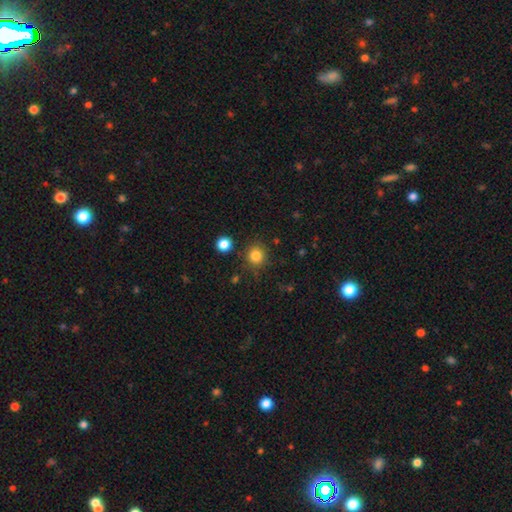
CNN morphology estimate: Overall: smooth (83%). How rounded: round (91%). Merging: none (84%).